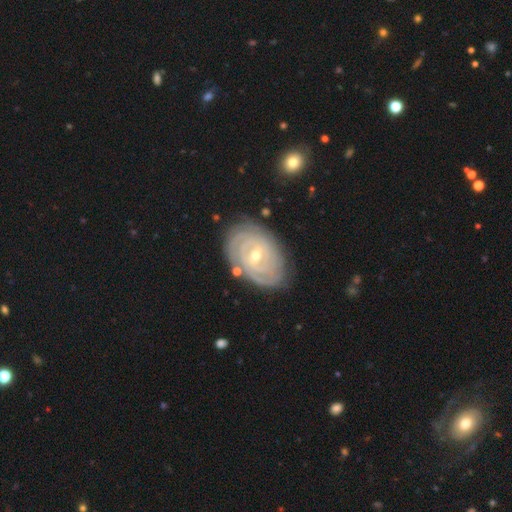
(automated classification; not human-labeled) Smooth or featured? Predicted: featured or disk (p=0.88). Edge-on disk? Predicted: no (p=0.96). Bar? Predicted: weak (p=0.52). Spiral arms? Predicted: yes (p=0.95). Spiral winding? Predicted: tight (p=0.85). Spiral arm count? Predicted: can't tell (p=0.34). Bulge size? Predicted: small (p=0.50). Merging? Predicted: none (p=0.80).